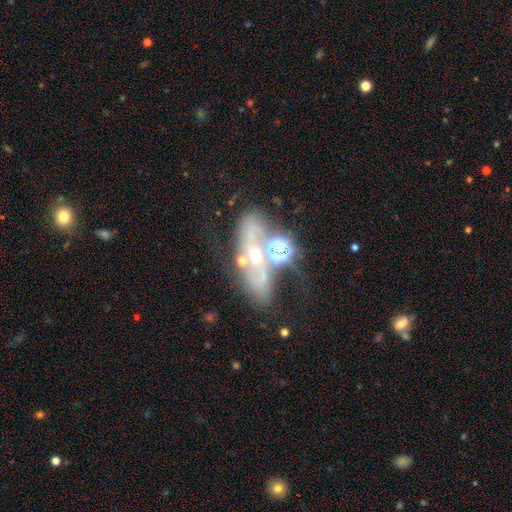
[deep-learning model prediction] Smooth or featured?
  - featured or disk: 45% *
  - star or artifact: 29%
  - smooth: 26%
Merging?
  - none: 45% *
  - merger: 24%
  - major disturbance: 15%
  - minor disturbance: 15%